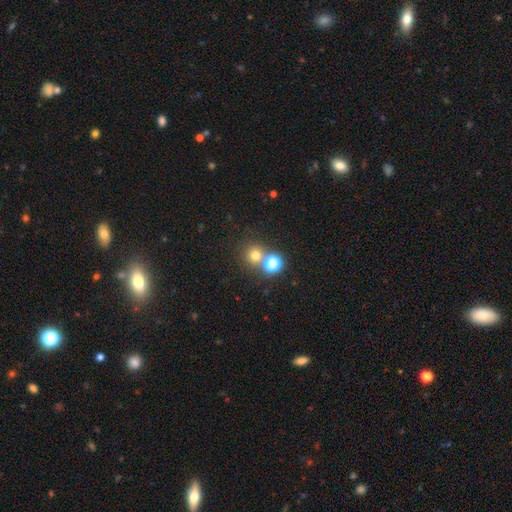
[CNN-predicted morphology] Smooth or featured? smooth (71%)
How rounded? round (91%)
Merging? none (67%)